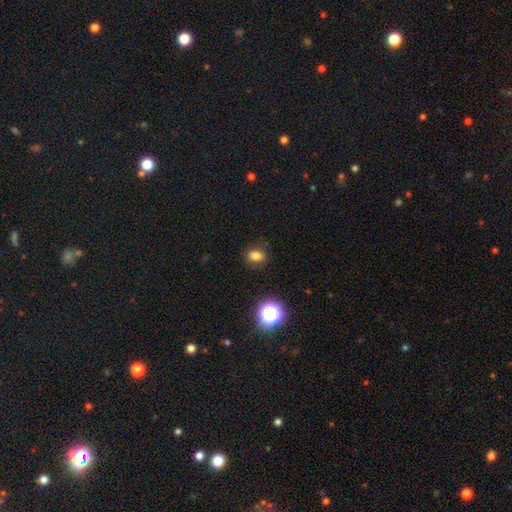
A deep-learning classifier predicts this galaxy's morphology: Overall: smooth (79%). How rounded: in between (54%; round 45%). Merging: none (84%).